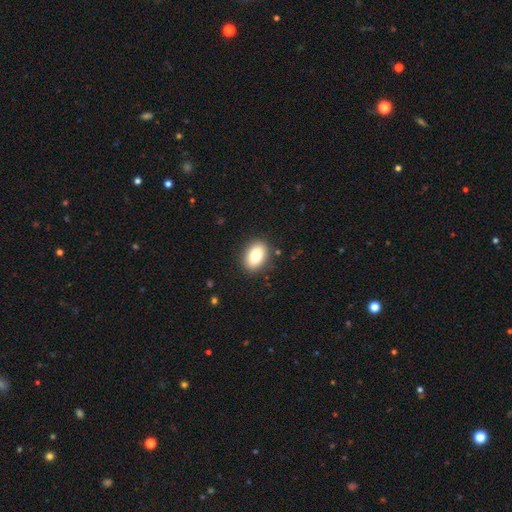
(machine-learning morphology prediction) Smooth or featured? smooth (79%)
How rounded? in between (80%)
Merging? none (89%)